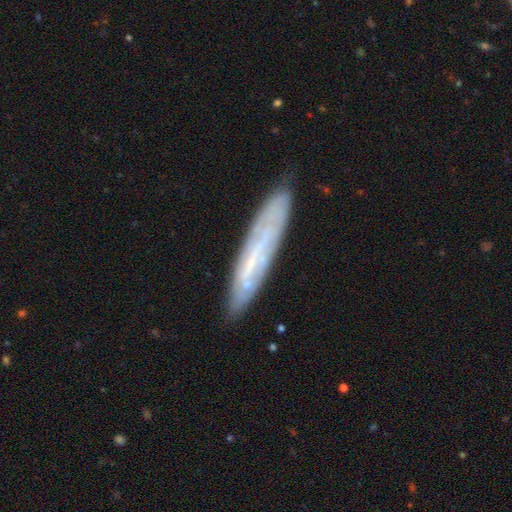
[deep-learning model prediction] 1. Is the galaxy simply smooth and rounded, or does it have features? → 53% featured or disk, 38% smooth, 8% star or artifact.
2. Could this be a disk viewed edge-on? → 58% yes, 42% no.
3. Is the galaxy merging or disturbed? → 82% none, 13% minor disturbance, 3% major disturbance, 2% merger.